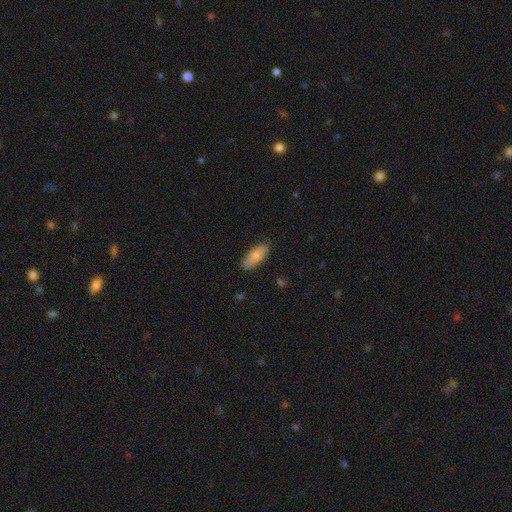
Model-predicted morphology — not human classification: smooth_or_featured: smooth (p=0.79) [alt: featured or disk p=0.15]
how_rounded: in between (p=0.80) [alt: cigar-shaped p=0.18]
merging: none (p=0.83) [alt: minor disturbance p=0.13]